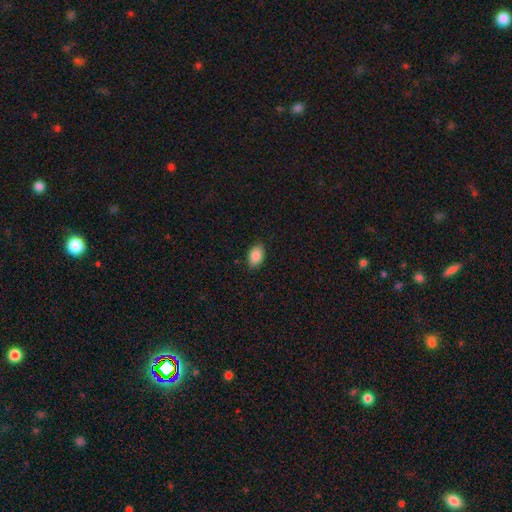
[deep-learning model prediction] smooth_or_featured: smooth (p=0.88) [alt: star or artifact p=0.07]
how_rounded: in between (p=0.90) [alt: round p=0.09]
merging: none (p=0.86) [alt: minor disturbance p=0.11]